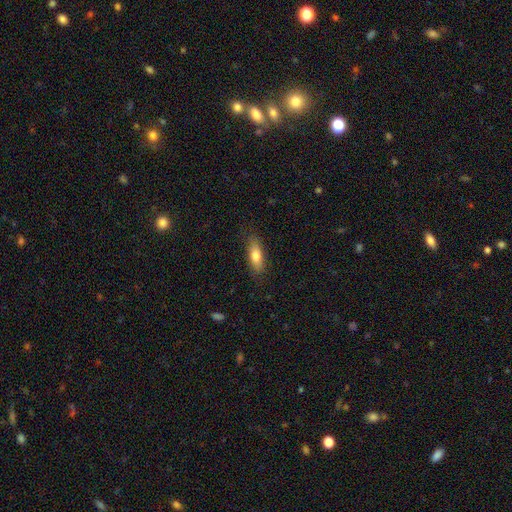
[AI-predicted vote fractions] Smooth or featured: smooth — 77% (featured or disk — 17%)
How rounded: in between — 61% (cigar-shaped — 36%)
Merging: none — 83% (minor disturbance — 13%)